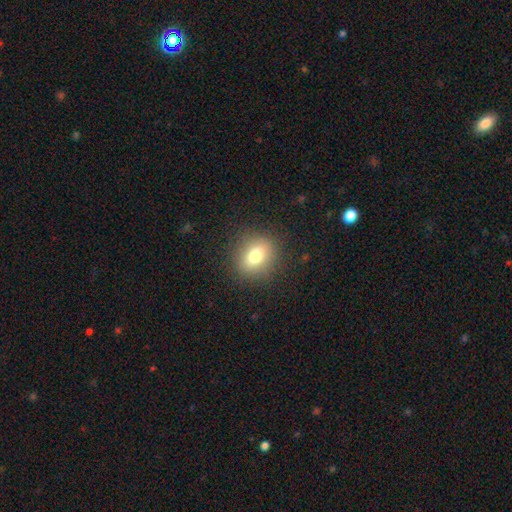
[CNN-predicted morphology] Smooth or featured?
  - smooth: 76% *
  - featured or disk: 13%
  - star or artifact: 12%
How rounded?
  - round: 59% *
  - in between: 39%
  - cigar-shaped: 1%
Merging?
  - none: 87% *
  - minor disturbance: 8%
  - major disturbance: 3%
  - merger: 1%